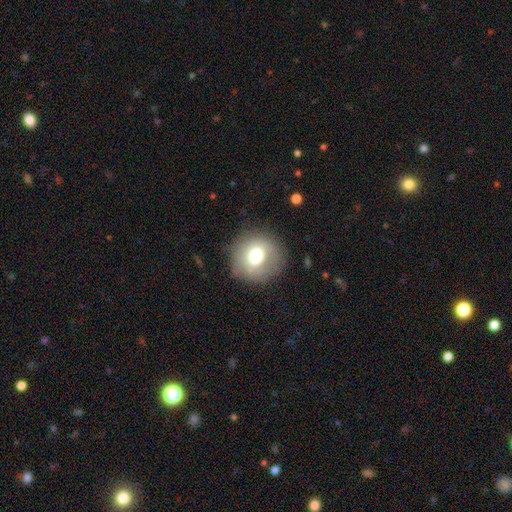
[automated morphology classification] Overall: smooth (69%). How rounded: round (91%). Merging: none (78%).